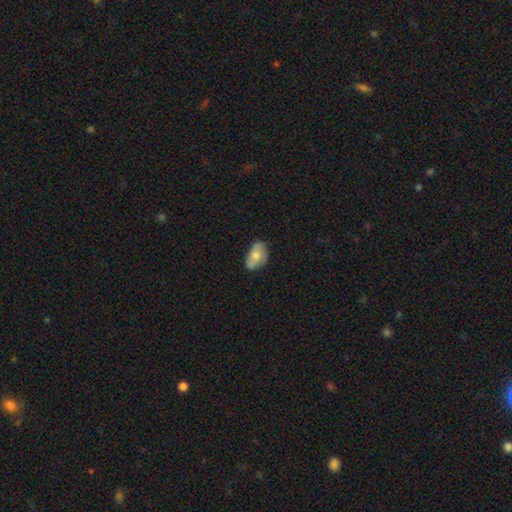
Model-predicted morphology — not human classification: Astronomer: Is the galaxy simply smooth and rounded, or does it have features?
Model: smooth — 67%.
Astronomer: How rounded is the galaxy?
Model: in between — 90%.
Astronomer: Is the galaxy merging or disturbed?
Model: none — 65%.